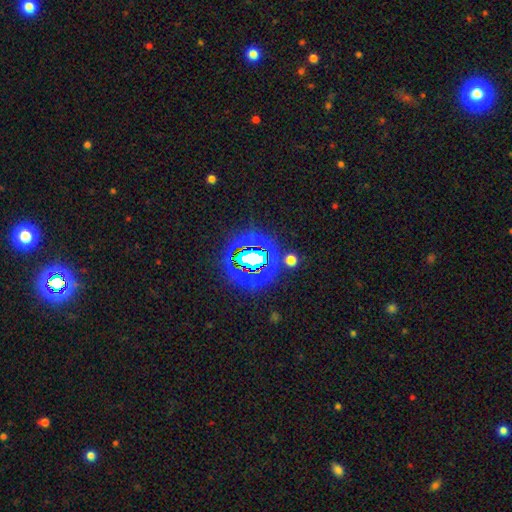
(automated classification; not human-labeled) star or artifact 80%, smooth 12%, featured or disk 8%.